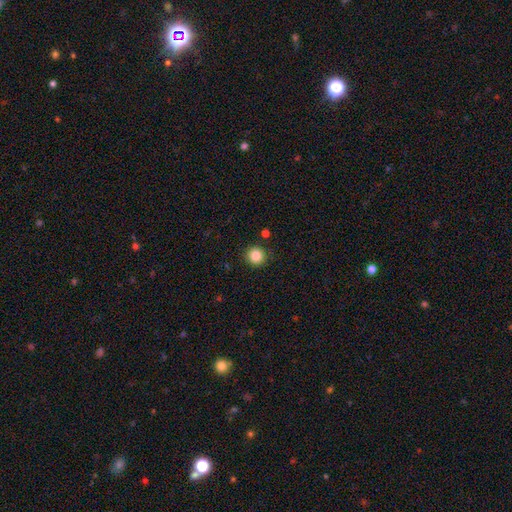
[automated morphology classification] This appears to be a smooth galaxy with no disk features (86%) that is round (94%). Merging: none (89%).